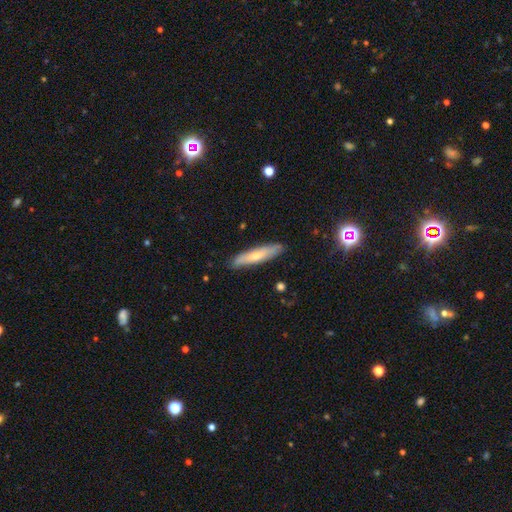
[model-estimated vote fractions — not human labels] smooth 59%, featured or disk 35%, star or artifact 6%. Down the decision tree: how rounded — cigar-shaped (85%); merging — none (86%).